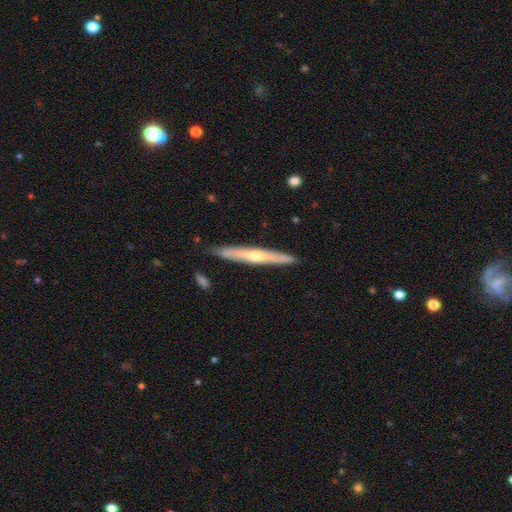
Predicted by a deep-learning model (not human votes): Q: Smooth or featured?
A: featured or disk (62%); runner-up: smooth (33%)
Q: Edge-on disk?
A: yes (95%); runner-up: no (5%)
Q: Edge-on bulge?
A: rounded (74%); runner-up: none (23%)
Q: Merging?
A: none (89%); runner-up: minor disturbance (9%)